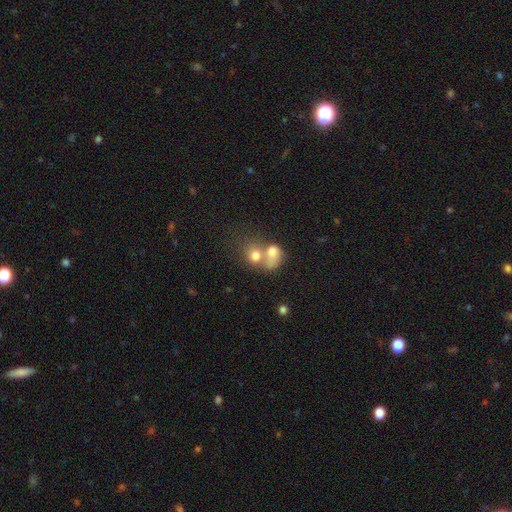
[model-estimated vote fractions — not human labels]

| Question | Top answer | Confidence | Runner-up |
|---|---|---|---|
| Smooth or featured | smooth | 72% | featured or disk (18%) |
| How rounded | round | 56% | in between (43%) |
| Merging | merger | 67% | none (20%) |